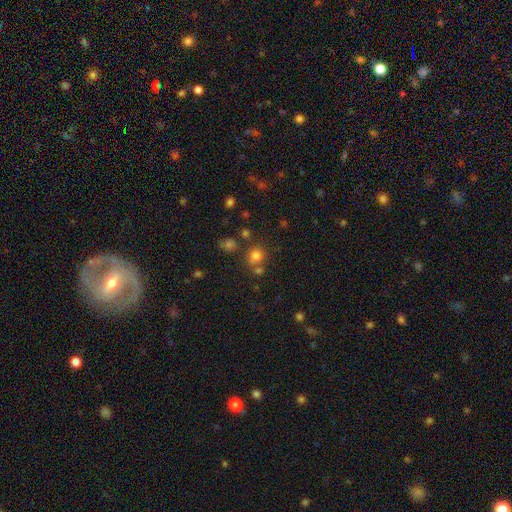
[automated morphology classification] Smooth or featured? smooth (74%)
How rounded? round (80%)
Merging? none (62%)